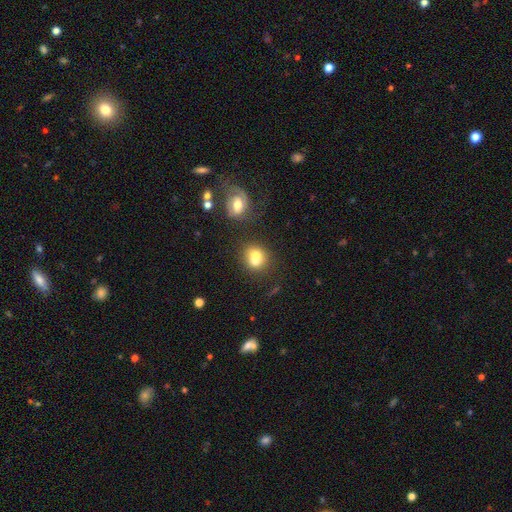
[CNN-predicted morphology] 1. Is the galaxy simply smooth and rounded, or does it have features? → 67% smooth, 23% featured or disk, 11% star or artifact.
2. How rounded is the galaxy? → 72% round, 27% in between, 1% cigar-shaped.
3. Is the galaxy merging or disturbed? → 54% merger, 33% none, 9% minor disturbance, 4% major disturbance.